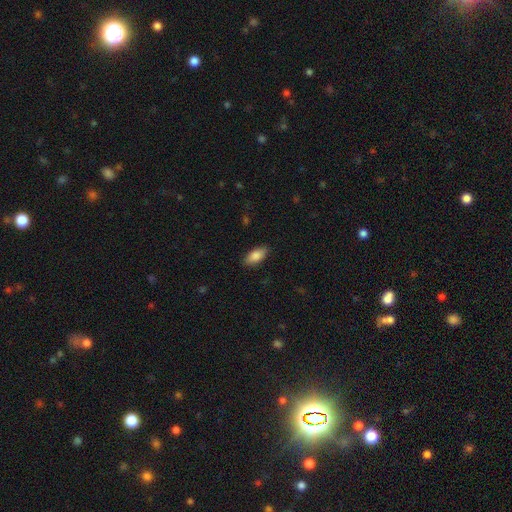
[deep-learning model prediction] Morphology: type=smooth (87%); roundness=in between (89%); merging=none (87%).